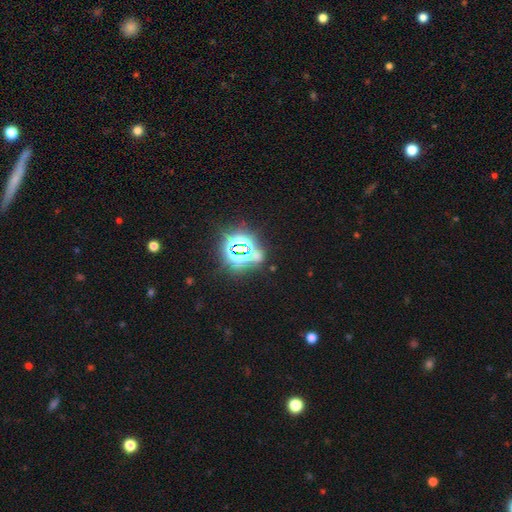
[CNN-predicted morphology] Smooth or featured?
  - star or artifact: 73% *
  - smooth: 19%
  - featured or disk: 9%